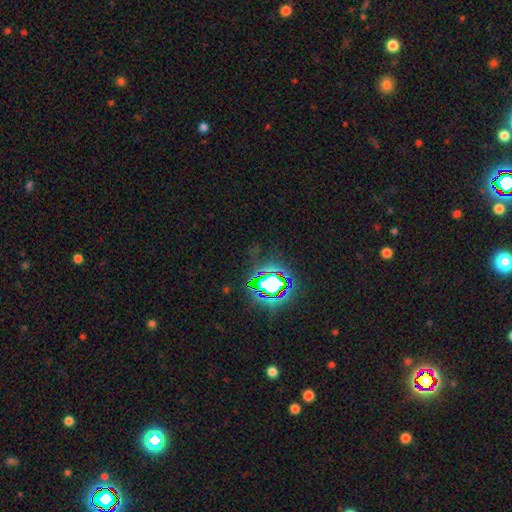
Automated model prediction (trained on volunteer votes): A star or artifact, not a galaxy (80%).